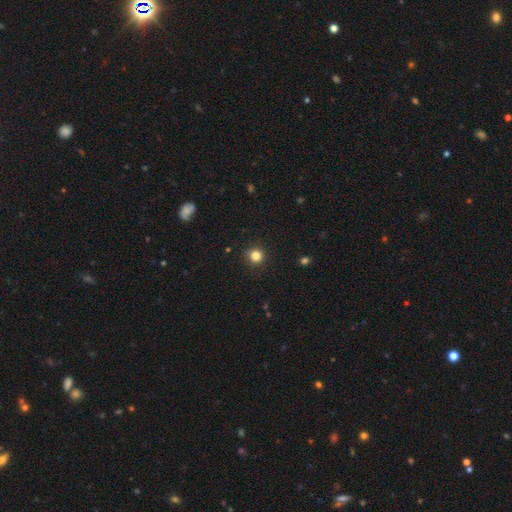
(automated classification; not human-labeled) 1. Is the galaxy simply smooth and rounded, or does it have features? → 82% smooth, 13% star or artifact, 5% featured or disk.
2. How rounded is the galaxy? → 94% round, 5% in between, 1% cigar-shaped.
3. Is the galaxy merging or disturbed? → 91% none, 6% minor disturbance, 2% major disturbance, 1% merger.